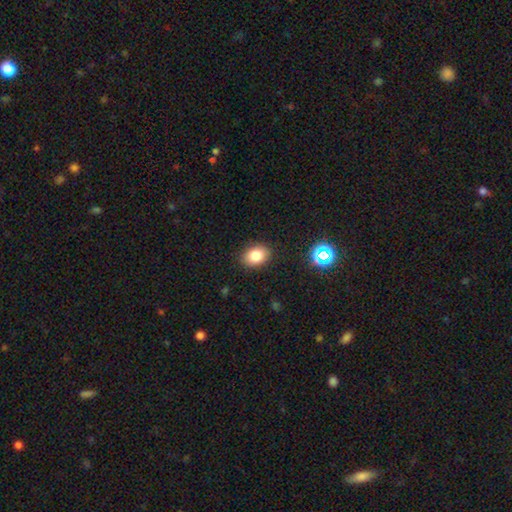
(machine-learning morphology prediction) This is clearly a smooth galaxy (81%). How rounded: likely in between (66%). Merging: clearly none (88%).